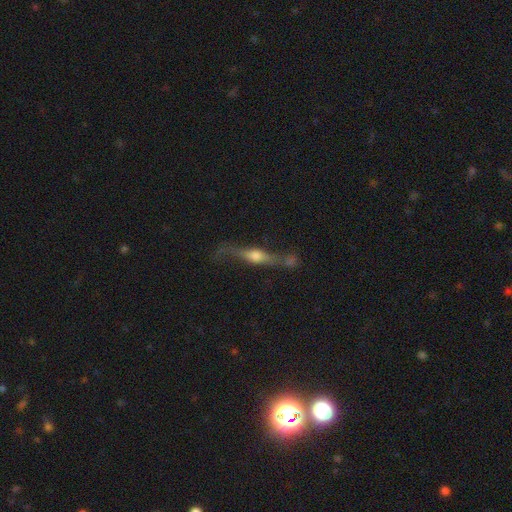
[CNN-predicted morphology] A featured or disk galaxy (70%) viewed edge-on (87%) with a rounded central bulge (89%).

Vote fractions:
- Smooth or featured? featured or disk: 70% / smooth: 22% / star or artifact: 8%
- Edge-on disk? yes: 87% / no: 13%
- Edge-on bulge? rounded: 89% / boxy: 7% / none: 4%
- Merging? none: 54% / minor disturbance: 22% / major disturbance: 13% / merger: 11%